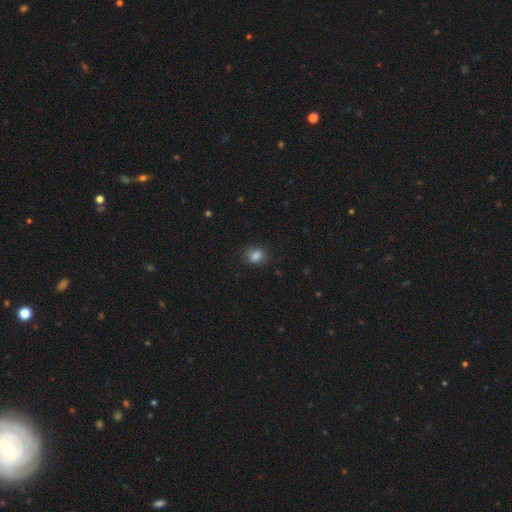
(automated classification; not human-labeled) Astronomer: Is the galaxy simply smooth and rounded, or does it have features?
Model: smooth — 83%.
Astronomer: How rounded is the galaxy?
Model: round — 55% (runner-up: in between, 44%).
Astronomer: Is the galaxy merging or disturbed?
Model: none — 81%.